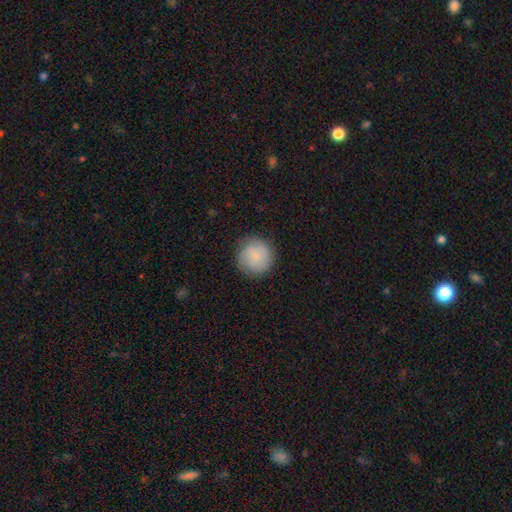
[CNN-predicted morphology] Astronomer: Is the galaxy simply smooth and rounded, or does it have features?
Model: smooth — 63%.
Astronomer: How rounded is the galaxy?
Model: round — 94%.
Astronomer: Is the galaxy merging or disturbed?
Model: none — 82%.